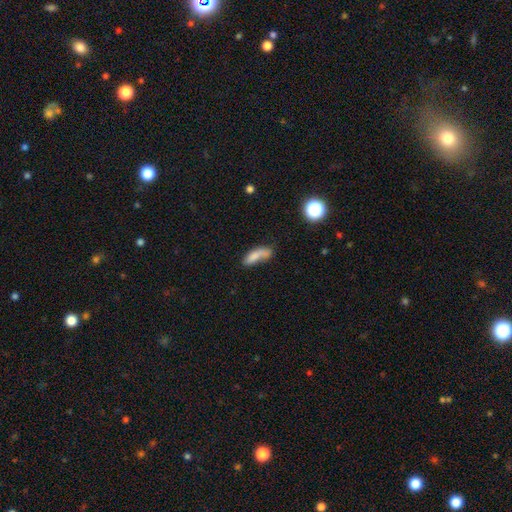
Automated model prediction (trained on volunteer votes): Smooth or featured? smooth (75%)
How rounded? in between (55%)
Merging? none (42%)